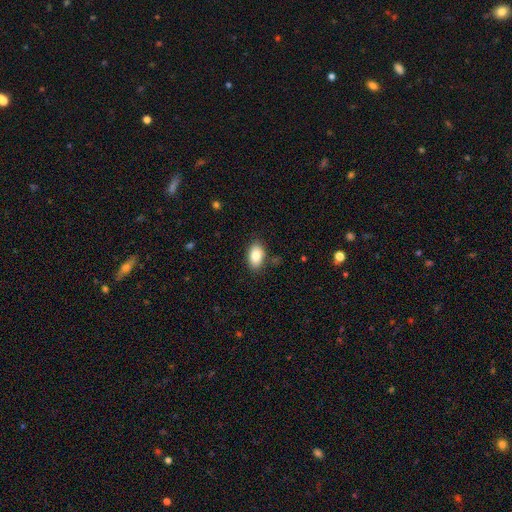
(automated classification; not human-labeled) smooth_or_featured: smooth (p=0.83) [alt: featured or disk p=0.10]
how_rounded: in between (p=0.91) [alt: round p=0.07]
merging: none (p=0.83) [alt: minor disturbance p=0.12]